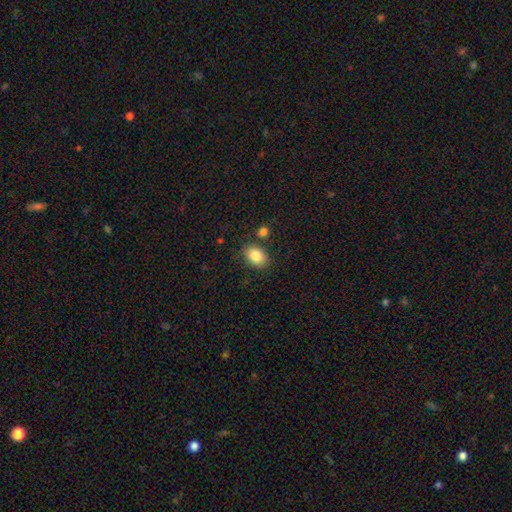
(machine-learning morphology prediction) A smooth galaxy with no disk features (85%) that is in between round and cigar-shaped (78%).

Vote fractions:
- Smooth or featured? smooth: 85% / star or artifact: 8% / featured or disk: 7%
- How rounded? in between: 78% / round: 20% / cigar-shaped: 1%
- Merging? none: 80% / minor disturbance: 11% / merger: 6% / major disturbance: 3%